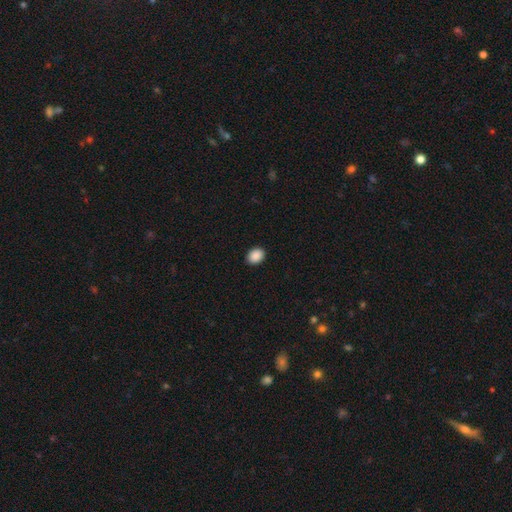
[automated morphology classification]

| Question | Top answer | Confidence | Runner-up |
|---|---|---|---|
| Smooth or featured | smooth | 90% | star or artifact (8%) |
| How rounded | in between | 65% | round (34%) |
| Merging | none | 91% | minor disturbance (7%) |